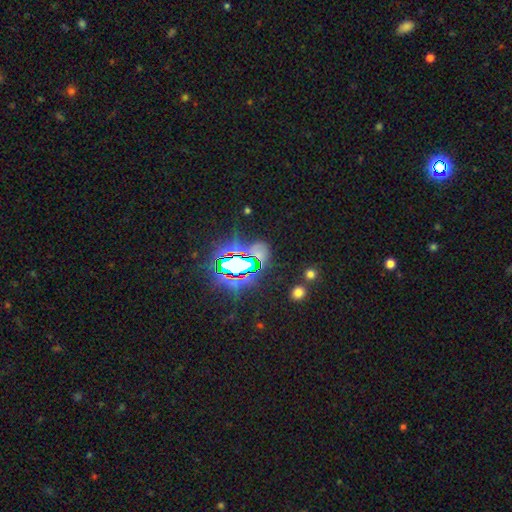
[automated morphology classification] star or artifact 69%, smooth 20%, featured or disk 11%.